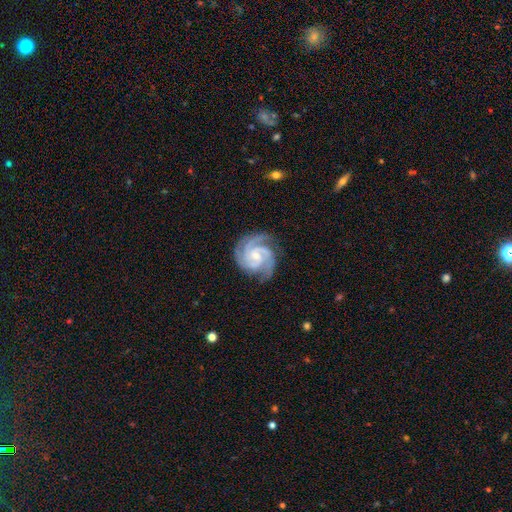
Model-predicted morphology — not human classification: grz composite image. It shows a featured or disk galaxy (93%) with no bar (50%), 3 (61%) tight (66%) spiral arms (99%) and a small central bulge (62%). Merging: none (78%).